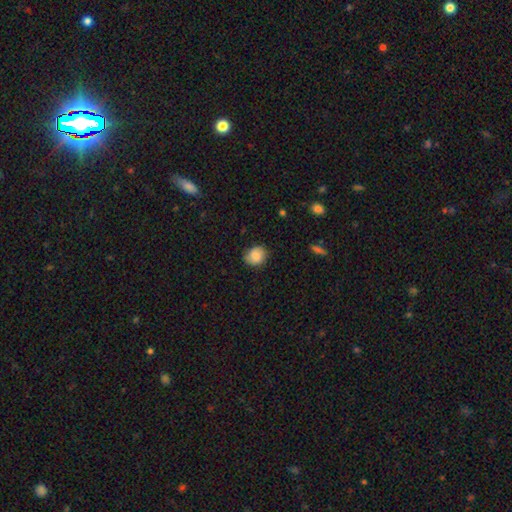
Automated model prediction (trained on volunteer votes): smooth-or-featured: smooth: 80% | featured or disk: 12% | star or artifact: 8%
  how-rounded: round: 70% | in between: 29% | cigar-shaped: 1%
  merging: none: 81% | minor disturbance: 15% | major disturbance: 3% | merger: 1%